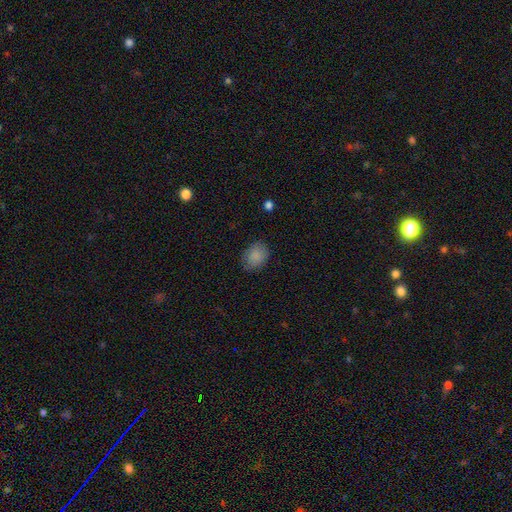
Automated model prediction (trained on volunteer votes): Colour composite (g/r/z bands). It shows a smooth galaxy with no disk features (86%) that is in between round and cigar-shaped (60%). Merging: none (80%).